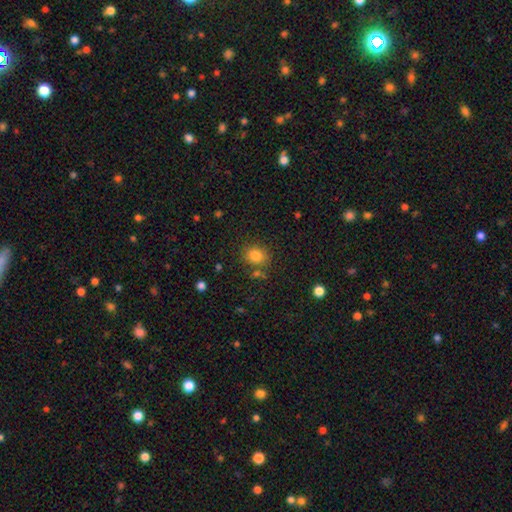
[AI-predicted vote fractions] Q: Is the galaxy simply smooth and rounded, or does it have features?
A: smooth — 83%.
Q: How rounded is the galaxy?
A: round — 67%.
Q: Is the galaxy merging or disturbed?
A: none — 75%.